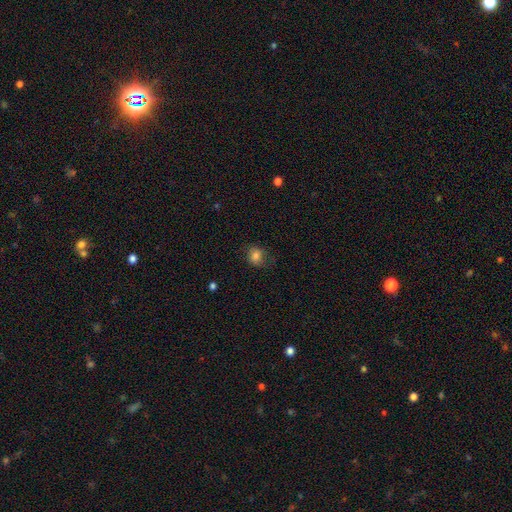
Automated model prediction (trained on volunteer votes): smooth-or-featured: smooth: 80% | star or artifact: 11% | featured or disk: 9%
  how-rounded: round: 66% | in between: 33% | cigar-shaped: 1%
  merging: none: 74% | minor disturbance: 18% | major disturbance: 7% | merger: 1%